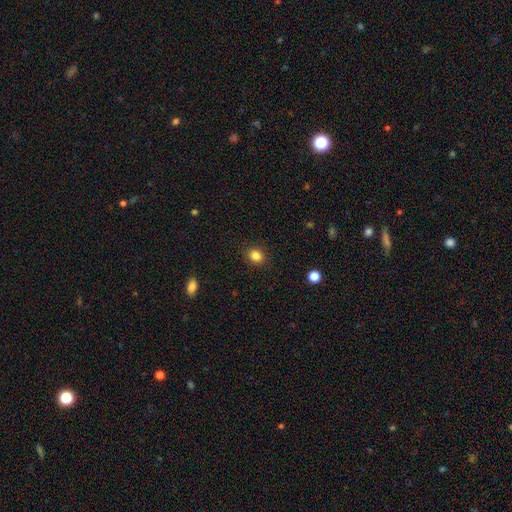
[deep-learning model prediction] Smooth or featured: smooth — 85% (star or artifact — 11%)
How rounded: round — 66% (in between — 33%)
Merging: none — 90% (minor disturbance — 7%)